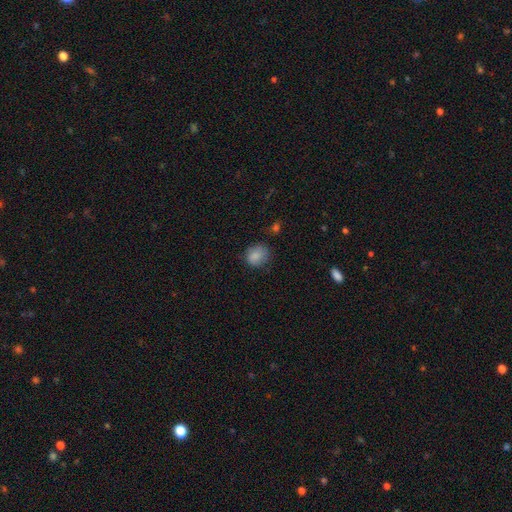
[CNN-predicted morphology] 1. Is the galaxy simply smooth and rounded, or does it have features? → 85% smooth, 9% star or artifact, 6% featured or disk.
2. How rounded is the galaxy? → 69% round, 30% in between, 1% cigar-shaped.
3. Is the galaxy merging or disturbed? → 72% none, 21% minor disturbance, 5% major disturbance, 2% merger.